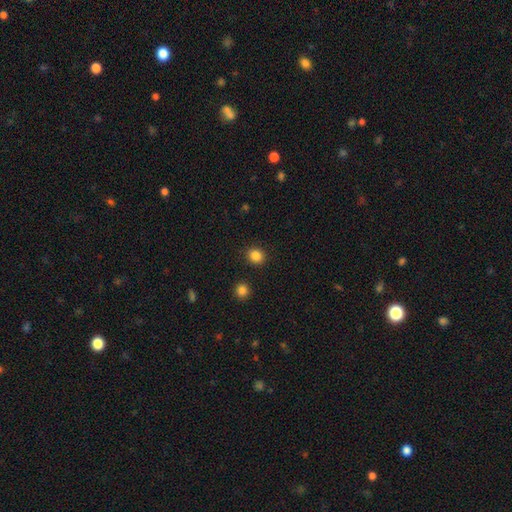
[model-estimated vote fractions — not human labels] A smooth galaxy with no disk features (85%) that is round (76%). Merging: none (90%).